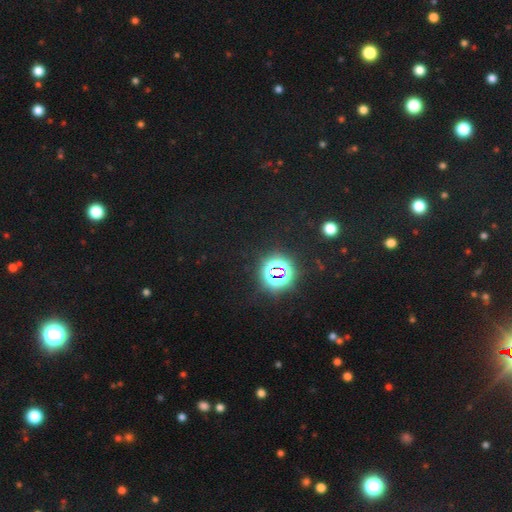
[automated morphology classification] star or artifact 79%, smooth 15%, featured or disk 6%.